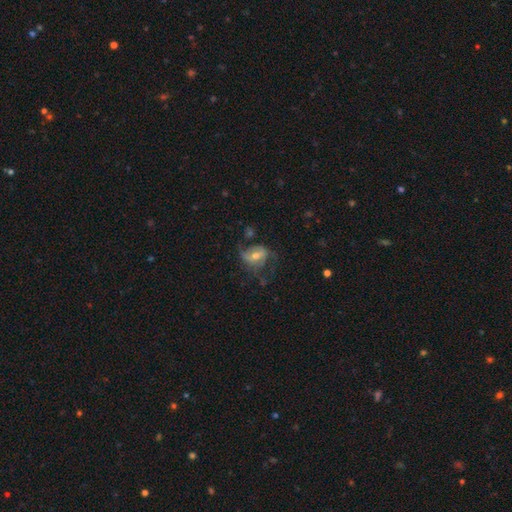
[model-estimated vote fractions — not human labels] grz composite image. It shows a featured or disk galaxy (63%) with a weak bar (44%), spiral arms (75%) and a moderate central bulge (63%). Merging: none (40%).